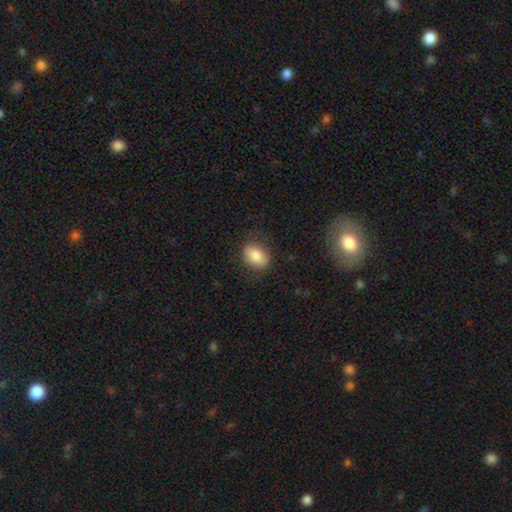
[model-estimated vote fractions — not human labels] Smooth or featured?
  - smooth: 84% *
  - featured or disk: 9%
  - star or artifact: 8%
How rounded?
  - in between: 76% *
  - round: 23%
  - cigar-shaped: 1%
Merging?
  - none: 81% *
  - minor disturbance: 13%
  - major disturbance: 4%
  - merger: 1%